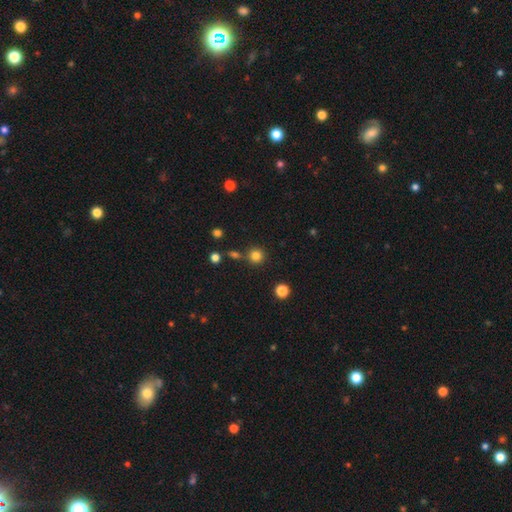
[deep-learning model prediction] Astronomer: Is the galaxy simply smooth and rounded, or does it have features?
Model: smooth — 81%.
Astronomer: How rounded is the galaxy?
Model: round — 94%.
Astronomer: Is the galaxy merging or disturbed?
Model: none — 81%.